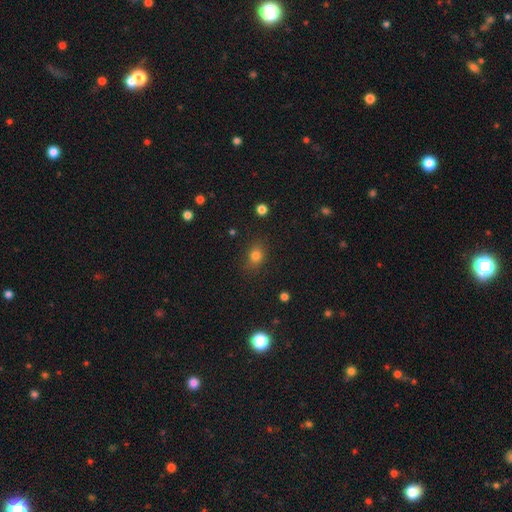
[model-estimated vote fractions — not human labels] Smooth or featured? smooth (79%)
How rounded? in between (57%)
Merging? none (82%)